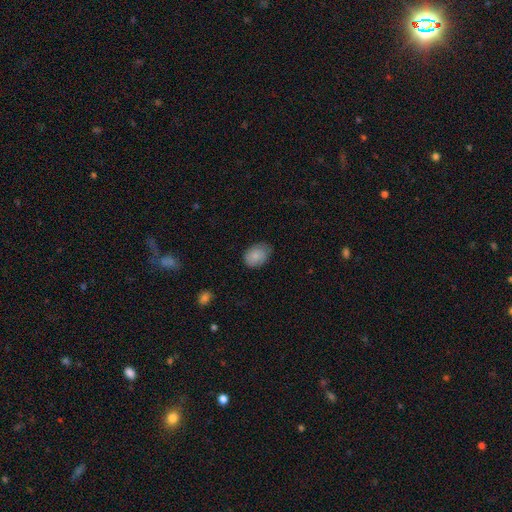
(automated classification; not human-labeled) Smooth or featured? smooth (83%)
How rounded? in between (73%)
Merging? none (70%)